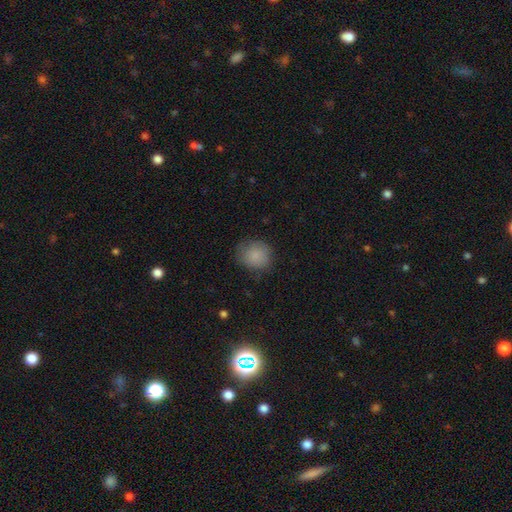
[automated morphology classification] A smooth galaxy with no disk features (86%) that is round (81%). Merging: none (75%).